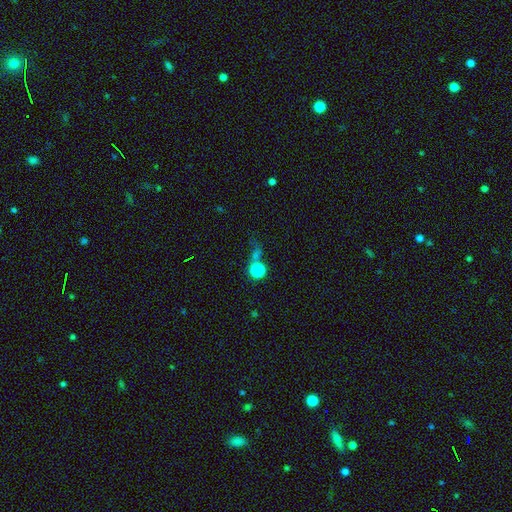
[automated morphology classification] Smooth or featured? Predicted: smooth (p=0.53). How rounded? Predicted: round (p=0.82). Merging? Predicted: none (p=0.50).